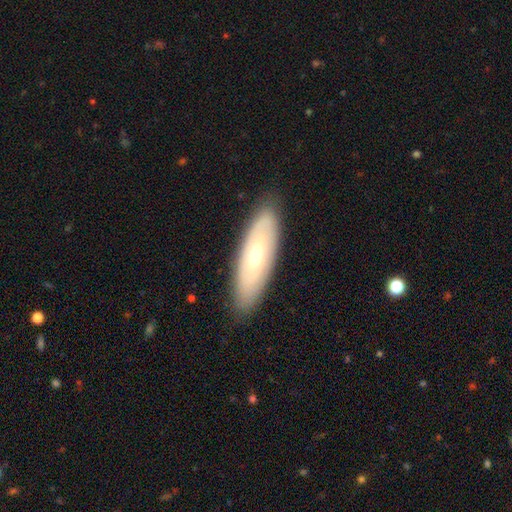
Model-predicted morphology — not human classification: Smooth or featured: smooth — 47% (tied with featured or disk — 47%)
Merging: none — 87% (minor disturbance — 10%)